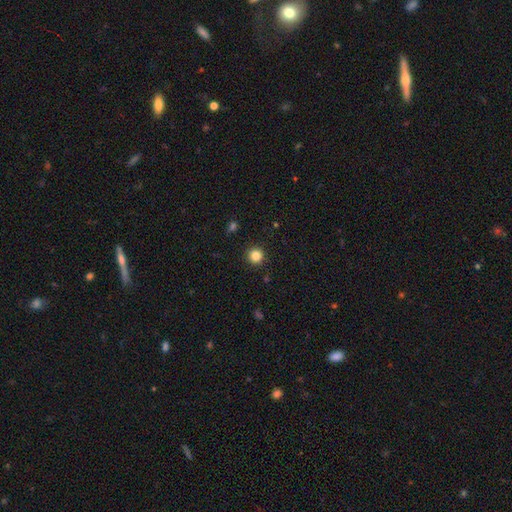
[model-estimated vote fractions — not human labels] This appears to be a smooth galaxy with no disk features (84%) that is round (95%). Merging: none (92%).